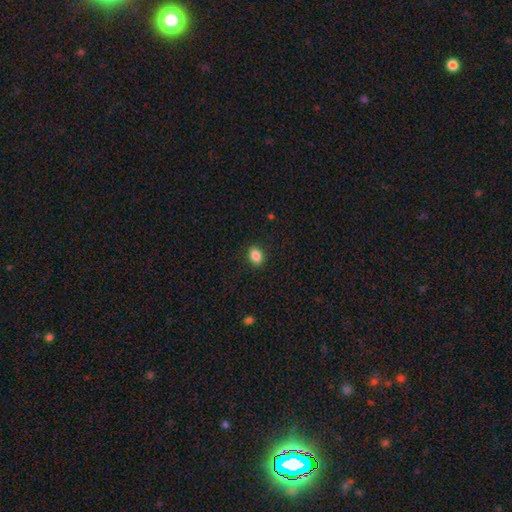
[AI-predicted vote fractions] A smooth galaxy with no disk features (87%) that is in between round and cigar-shaped (77%). Merging: none (89%).